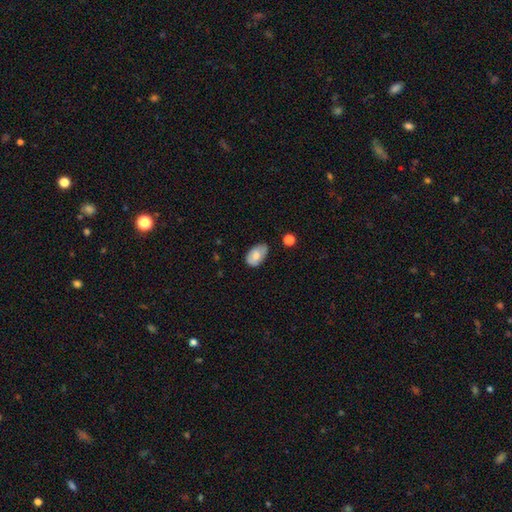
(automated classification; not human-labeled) Smooth or featured?
  - smooth: 71% *
  - featured or disk: 22%
  - star or artifact: 7%
How rounded?
  - in between: 91% *
  - round: 8%
  - cigar-shaped: 1%
Merging?
  - none: 62% *
  - minor disturbance: 30%
  - major disturbance: 6%
  - merger: 2%